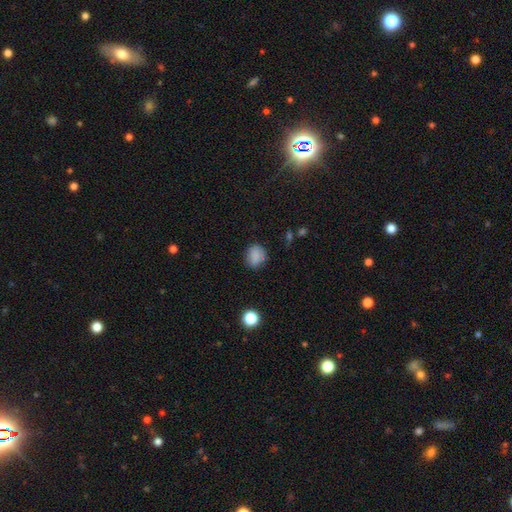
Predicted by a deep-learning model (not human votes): smooth-or-featured: smooth: 84% | star or artifact: 10% | featured or disk: 5%
  how-rounded: round: 60% | in between: 39% | cigar-shaped: 1%
  merging: none: 79% | minor disturbance: 16% | major disturbance: 4% | merger: 2%